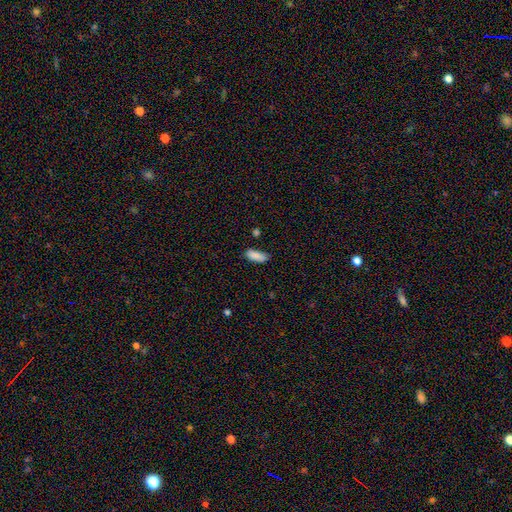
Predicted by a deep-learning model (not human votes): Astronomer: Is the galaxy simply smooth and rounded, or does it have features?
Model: smooth — 87%.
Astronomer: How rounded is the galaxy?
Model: in between — 75%.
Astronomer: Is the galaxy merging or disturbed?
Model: none — 68%.